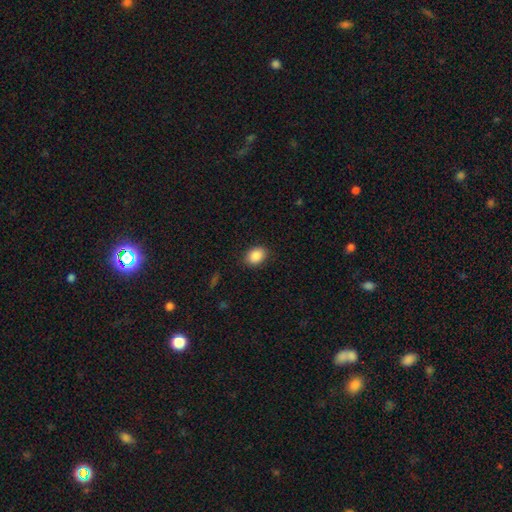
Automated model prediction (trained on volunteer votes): smooth-or-featured: smooth: 89% | star or artifact: 8% | featured or disk: 3%
  how-rounded: in between: 67% | round: 32% | cigar-shaped: 1%
  merging: none: 88% | minor disturbance: 9% | major disturbance: 3% | merger: 1%